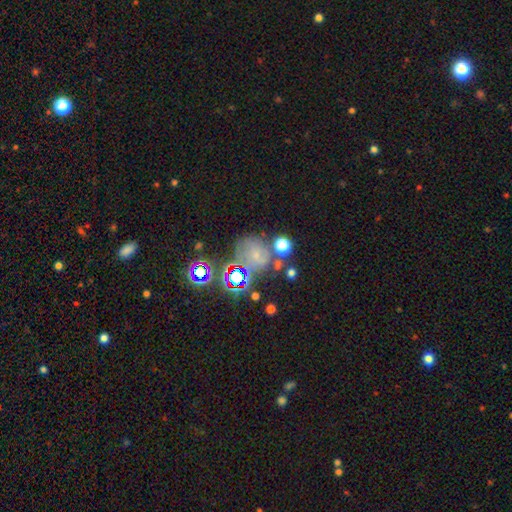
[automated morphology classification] smooth_or_featured: smooth (p=0.39) [alt: star or artifact p=0.36]
merging: none (p=0.47) [alt: minor disturbance p=0.19]